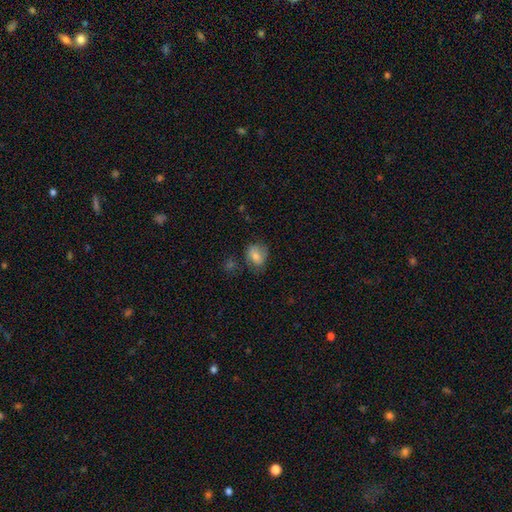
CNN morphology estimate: A smooth galaxy with no disk features (70%) that is in between round and cigar-shaped (60%).

Vote fractions:
- Smooth or featured? smooth: 70% / featured or disk: 21% / star or artifact: 8%
- How rounded? in between: 60% / round: 39% / cigar-shaped: 1%
- Merging? none: 61% / minor disturbance: 26% / major disturbance: 10% / merger: 3%